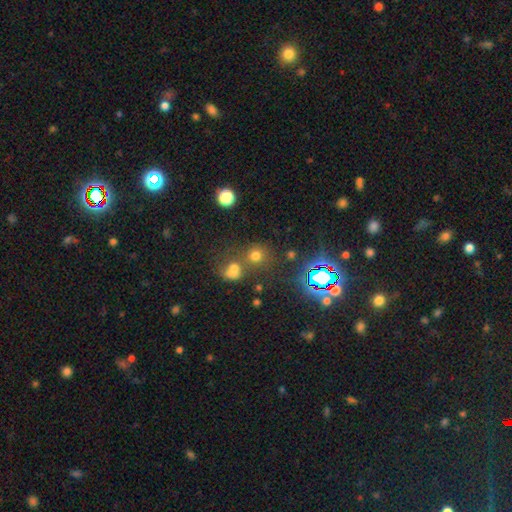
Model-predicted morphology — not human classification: Smooth or featured?
  - smooth: 64% *
  - star or artifact: 27%
  - featured or disk: 8%
How rounded?
  - round: 85% *
  - in between: 13%
  - cigar-shaped: 1%
Merging?
  - none: 56% *
  - merger: 30%
  - minor disturbance: 8%
  - major disturbance: 5%